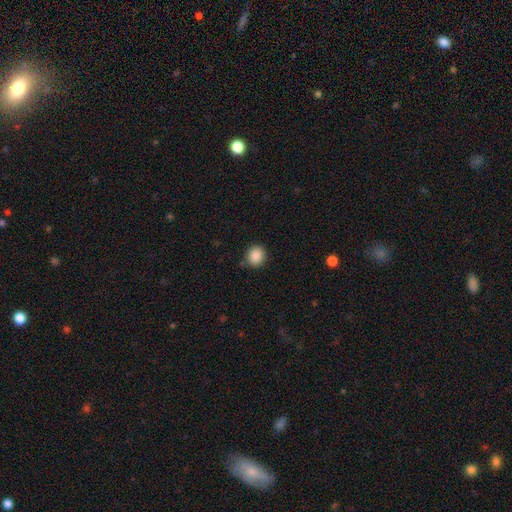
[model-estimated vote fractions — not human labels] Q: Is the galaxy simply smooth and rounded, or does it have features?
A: smooth — 87%.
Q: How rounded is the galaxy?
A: round — 77%.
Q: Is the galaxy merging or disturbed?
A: none — 84%.